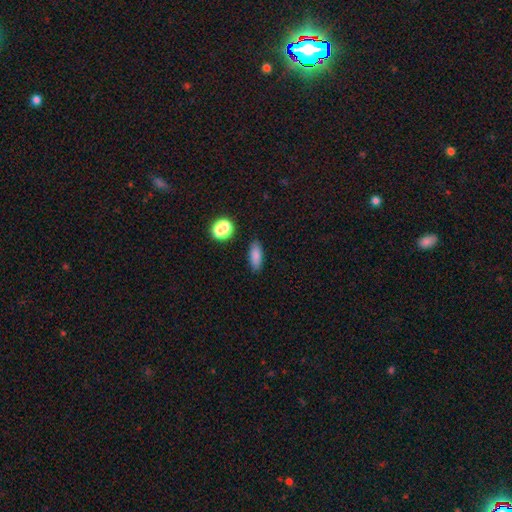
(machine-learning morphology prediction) type=smooth (83%); roundness=in between (70%); merging=none (86%).